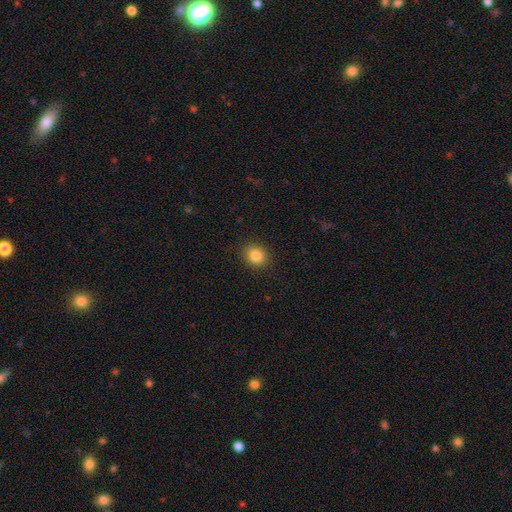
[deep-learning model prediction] Smooth or featured? smooth (84%)
How rounded? round (76%)
Merging? none (90%)